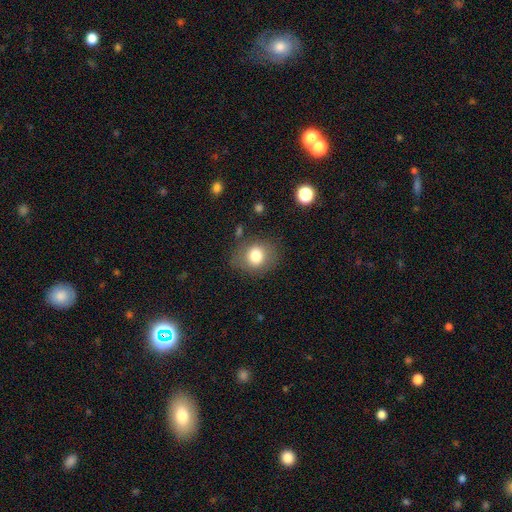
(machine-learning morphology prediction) type=smooth (78%); roundness=round (64%); merging=none (75%).